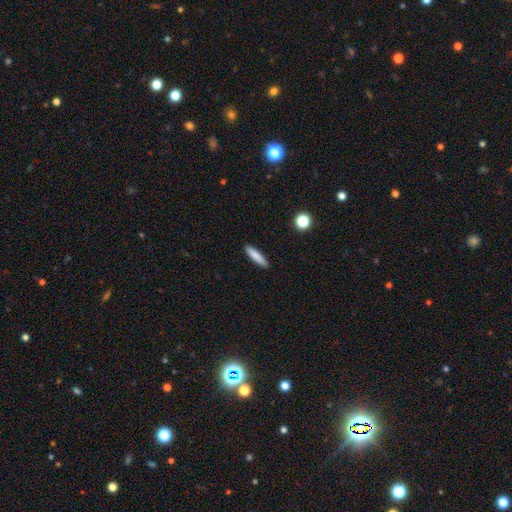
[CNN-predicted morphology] Smooth or featured? smooth (82%)
How rounded? cigar-shaped (83%)
Merging? none (90%)